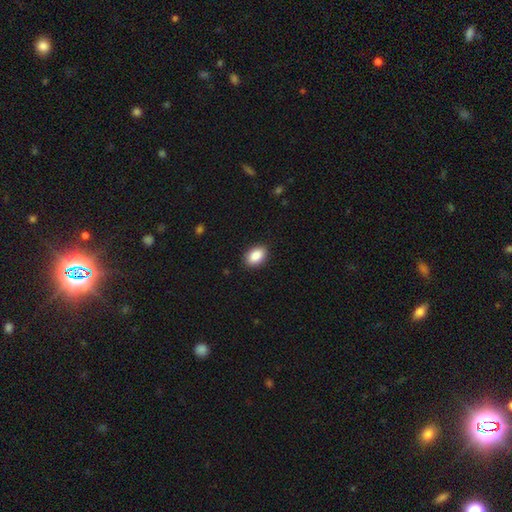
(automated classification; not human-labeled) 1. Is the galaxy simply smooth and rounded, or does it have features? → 89% smooth, 7% star or artifact, 4% featured or disk.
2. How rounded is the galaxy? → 89% in between, 10% round, 1% cigar-shaped.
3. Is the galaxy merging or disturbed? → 89% none, 8% minor disturbance, 2% major disturbance, 1% merger.